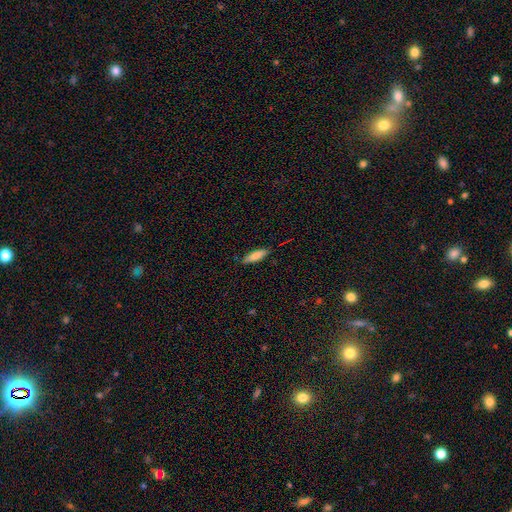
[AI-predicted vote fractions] A smooth galaxy with no disk features (81%) that is cigar-shaped (61%).

Vote fractions:
- Smooth or featured? smooth: 81% / featured or disk: 13% / star or artifact: 6%
- How rounded? cigar-shaped: 61% / in between: 38% / round: 2%
- Merging? none: 83% / minor disturbance: 13% / major disturbance: 2% / merger: 2%